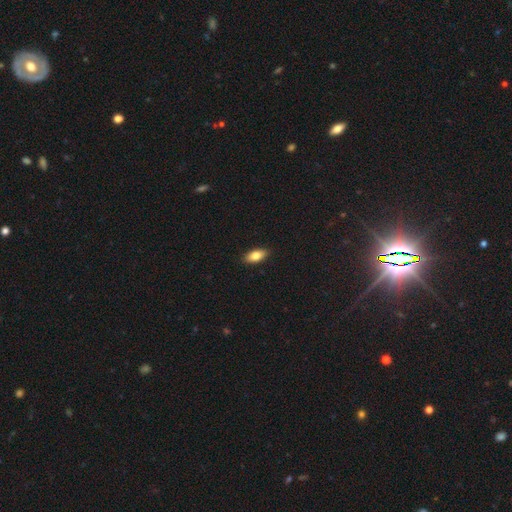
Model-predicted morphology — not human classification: smooth-or-featured: smooth: 82% | featured or disk: 11% | star or artifact: 7%
  how-rounded: in between: 88% | cigar-shaped: 9% | round: 3%
  merging: none: 89% | minor disturbance: 8% | major disturbance: 2% | merger: 1%